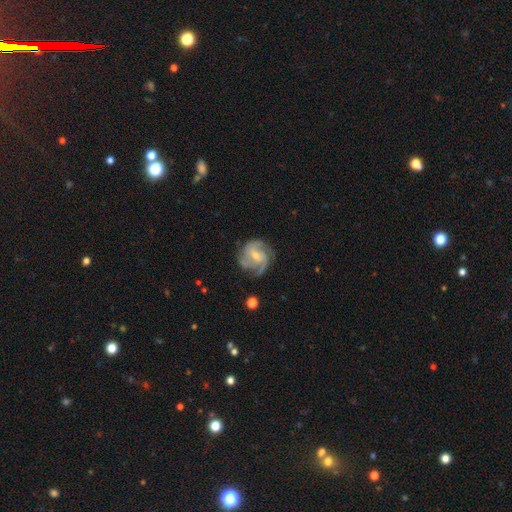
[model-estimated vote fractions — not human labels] Smooth or featured?
  - featured or disk: 85% *
  - smooth: 10%
  - star or artifact: 6%
Edge-on disk?
  - no: 98% *
  - yes: 2%
Bar?
  - weak: 48% *
  - no: 39%
  - strong: 13%
Spiral arms?
  - yes: 96% *
  - no: 4%
Spiral winding?
  - medium: 45% *
  - tight: 44%
  - loose: 11%
Spiral arm count?
  - 3: 45% *
  - 2: 17%
  - can't tell: 16%
  - 4: 13%
  - 1: 5%
  - more than 4: 5%
Bulge size?
  - small: 61% *
  - moderate: 33%
  - none: 4%
  - large: 1%
  - dominant: 1%
Merging?
  - none: 70% *
  - minor disturbance: 19%
  - major disturbance: 9%
  - merger: 2%